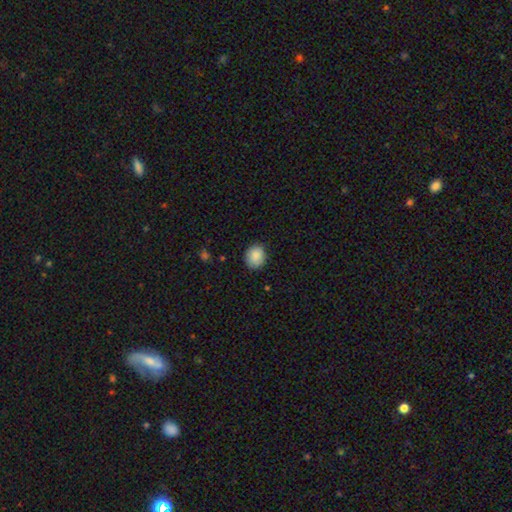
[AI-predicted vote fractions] Morphology: type=smooth (87%); roundness=round (63%); merging=none (83%).